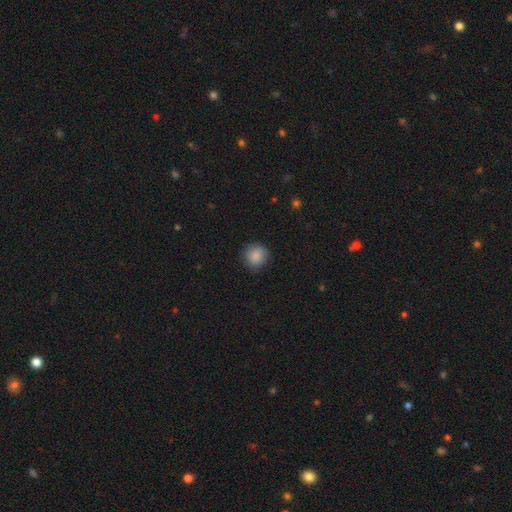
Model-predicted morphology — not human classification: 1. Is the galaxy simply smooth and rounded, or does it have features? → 87% smooth, 9% star or artifact, 4% featured or disk.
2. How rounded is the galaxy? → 89% round, 10% in between, 1% cigar-shaped.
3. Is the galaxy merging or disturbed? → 86% none, 10% minor disturbance, 3% major disturbance, 1% merger.